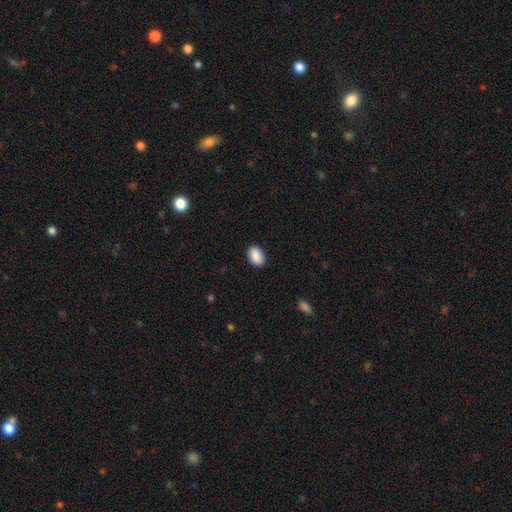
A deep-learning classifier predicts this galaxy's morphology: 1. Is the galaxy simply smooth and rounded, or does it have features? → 91% smooth, 7% star or artifact, 3% featured or disk.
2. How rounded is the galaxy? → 88% in between, 11% round, 1% cigar-shaped.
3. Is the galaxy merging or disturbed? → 88% none, 9% minor disturbance, 2% major disturbance, 1% merger.